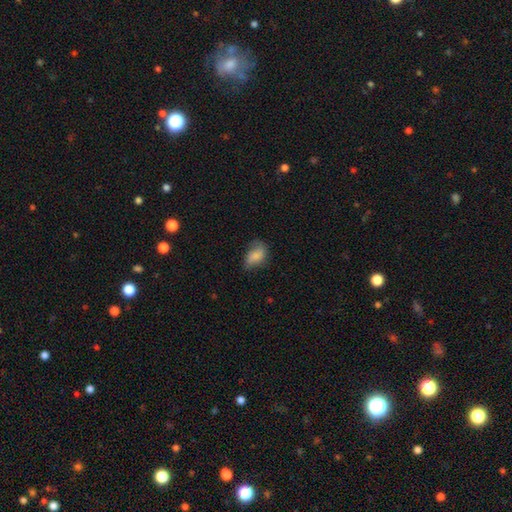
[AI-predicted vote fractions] Morphology: type=smooth (76%); roundness=in between (86%); merging=none (52%).